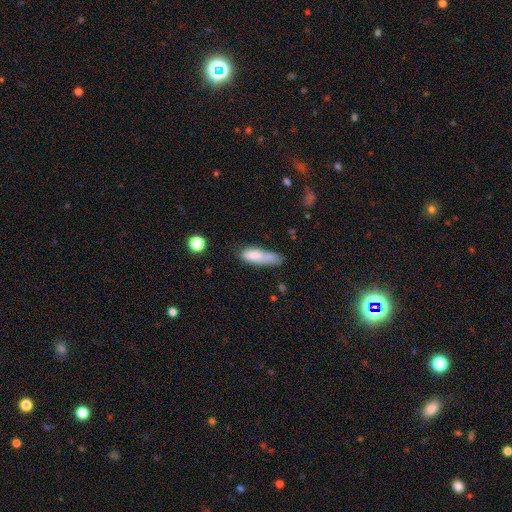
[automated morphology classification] A smooth galaxy with no disk features (74%) that is in between round and cigar-shaped (53%). Merging: none (32%).